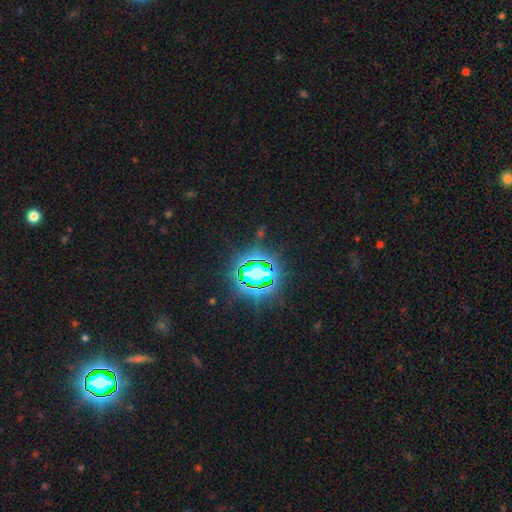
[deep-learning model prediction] Smooth or featured?
  - star or artifact: 78% *
  - smooth: 14%
  - featured or disk: 8%